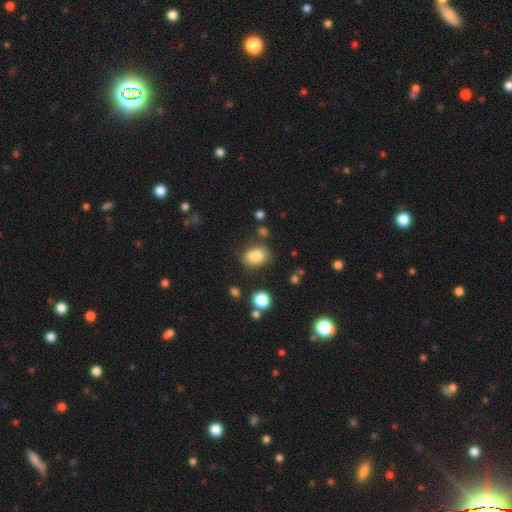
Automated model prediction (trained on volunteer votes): Smooth or featured?
  - smooth: 85% *
  - star or artifact: 9%
  - featured or disk: 6%
How rounded?
  - in between: 73% *
  - round: 26%
  - cigar-shaped: 1%
Merging?
  - none: 74% *
  - minor disturbance: 16%
  - major disturbance: 6%
  - merger: 5%